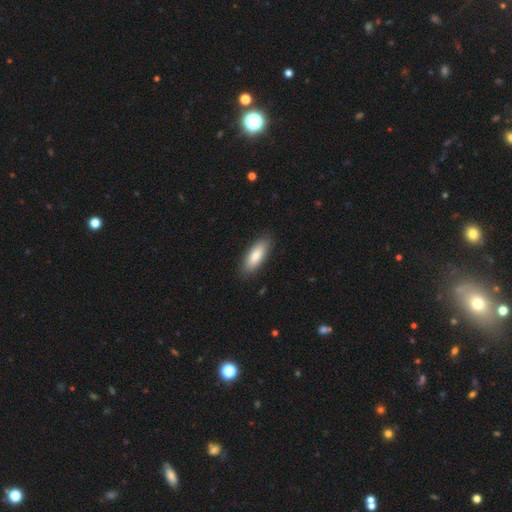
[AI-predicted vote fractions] smooth 82%, featured or disk 12%, star or artifact 5%. Down the decision tree: how rounded — in between (68%); merging — none (88%).